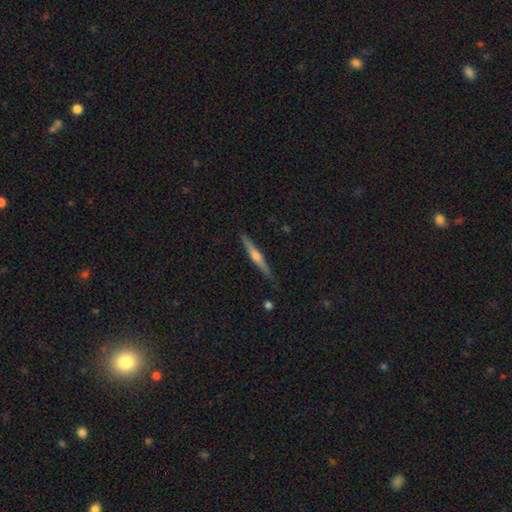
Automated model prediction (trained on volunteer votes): Smooth or featured? Predicted: featured or disk (p=0.70). Edge-on disk? Predicted: yes (p=0.98). Edge-on bulge? Predicted: rounded (p=0.85). Merging? Predicted: none (p=0.86).